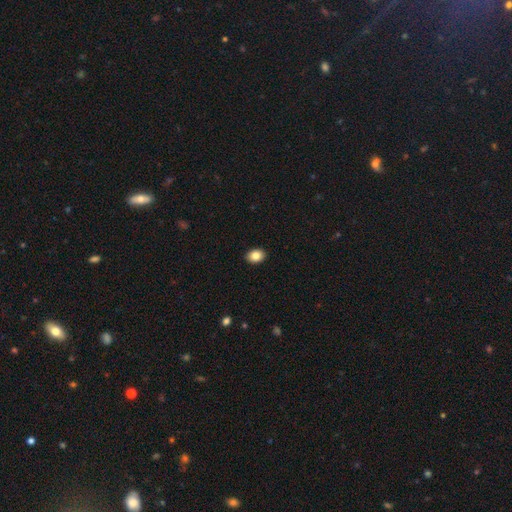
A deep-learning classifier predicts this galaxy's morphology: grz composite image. It shows a smooth galaxy with no disk features (86%) that is in between round and cigar-shaped (72%). Merging: none (91%).